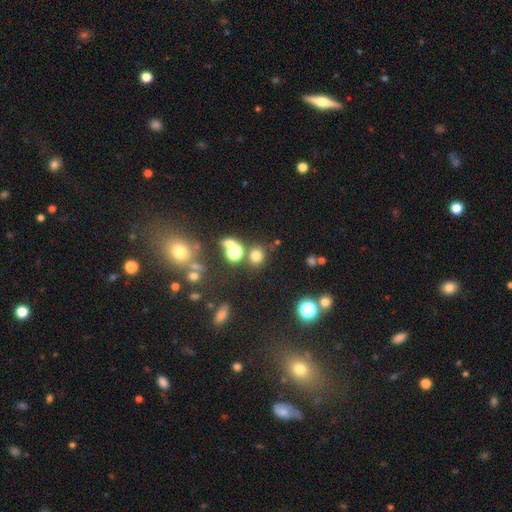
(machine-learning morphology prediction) Smooth or featured? Predicted: smooth (p=0.68). How rounded? Predicted: round (p=0.81). Merging? Predicted: none (p=0.75).